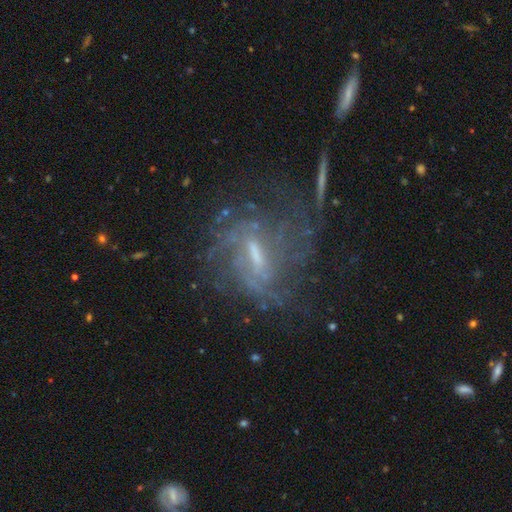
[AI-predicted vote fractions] smooth_or_featured: featured or disk (p=0.78) [alt: star or artifact p=0.12]
disk_edge_on: no (p=0.91) [alt: yes p=0.09]
bar: weak (p=0.47) [alt: strong p=0.36]
has_spiral_arms: yes (p=0.81) [alt: no p=0.19]
spiral_winding: tight (p=0.45) [alt: medium p=0.37]
spiral_arm_count: can't tell (p=0.52) [alt: 2 p=0.13]
bulge_size: moderate (p=0.38) [alt: small p=0.37]
merging: none (p=0.55) [alt: major disturbance p=0.23]